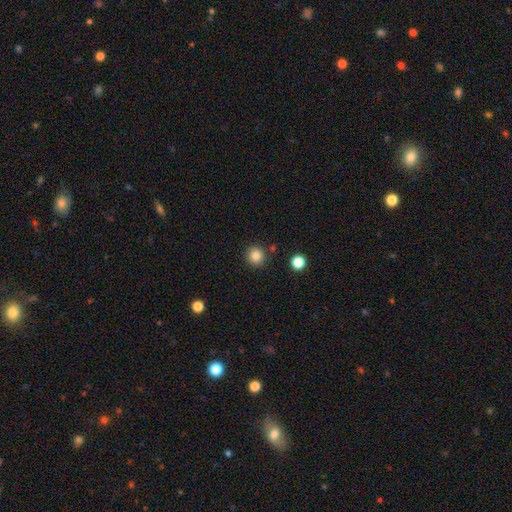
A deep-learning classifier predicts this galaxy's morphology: The model was most divided on "smooth or featured": smooth: 84%, star or artifact: 11%, featured or disk: 5%. More confident: how rounded — round (94%); merging — none (88%).